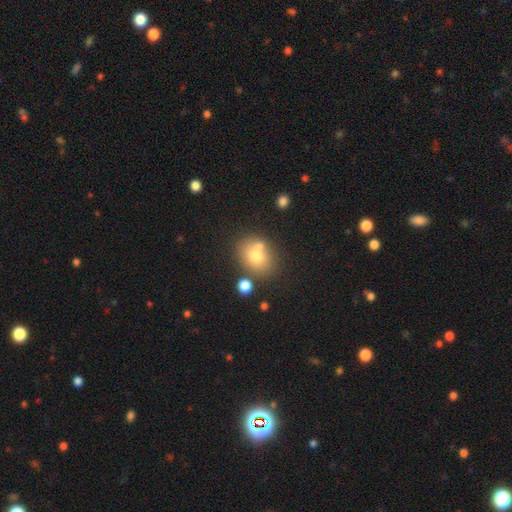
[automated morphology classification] Overall: smooth (69%). How rounded: round (55%; in between 44%). Merging: none (60%; merger 24%).